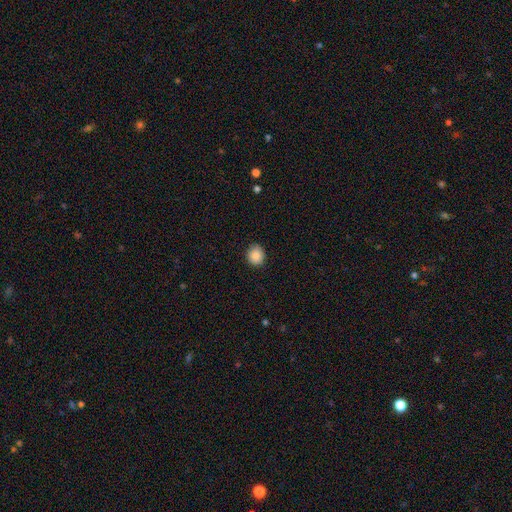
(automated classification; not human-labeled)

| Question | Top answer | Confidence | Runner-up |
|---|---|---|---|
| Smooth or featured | smooth | 87% | star or artifact (9%) |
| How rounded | round | 77% | in between (22%) |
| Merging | none | 87% | minor disturbance (10%) |